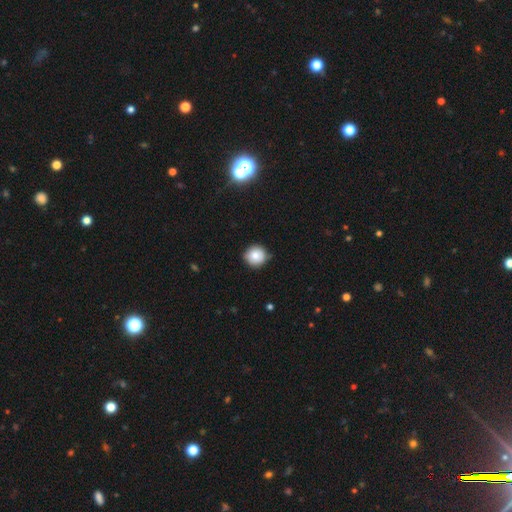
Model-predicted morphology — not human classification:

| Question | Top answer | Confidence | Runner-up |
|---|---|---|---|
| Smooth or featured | smooth | 82% | star or artifact (10%) |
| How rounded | round | 92% | in between (7%) |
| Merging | none | 83% | minor disturbance (14%) |